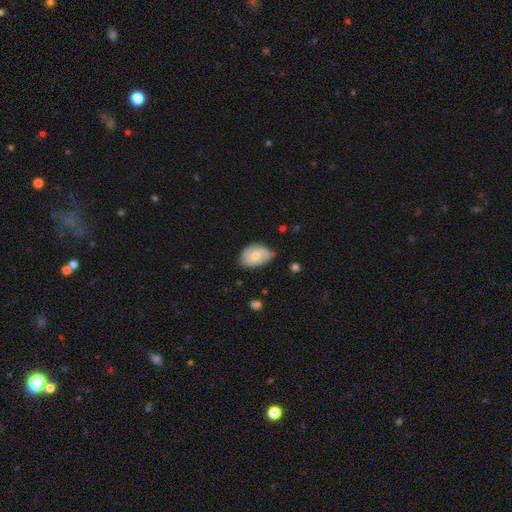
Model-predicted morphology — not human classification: Smooth or featured? smooth (63%)
How rounded? in between (84%)
Merging? none (61%)